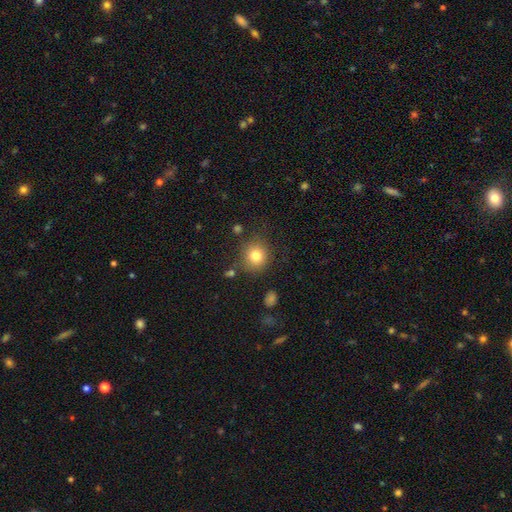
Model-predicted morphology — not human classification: A smooth galaxy with no disk features (80%) that is round (86%). Merging: none (81%).